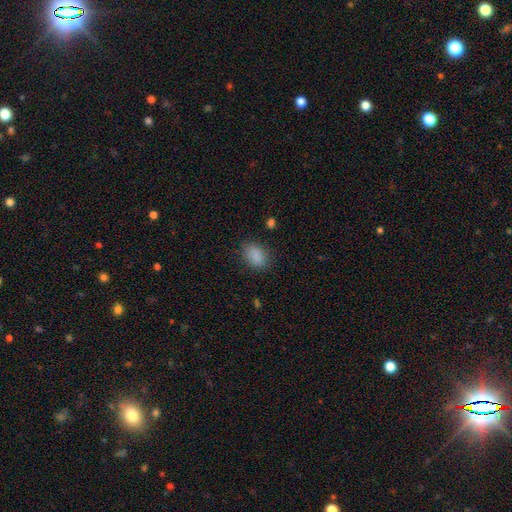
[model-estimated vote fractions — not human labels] smooth 87%, star or artifact 9%, featured or disk 4%. Down the decision tree: how rounded — in between (78%); merging — none (80%).